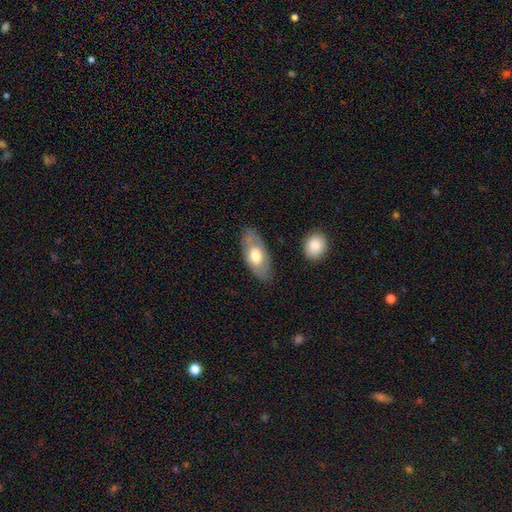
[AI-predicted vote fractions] smooth_or_featured: smooth (p=0.56) [alt: featured or disk p=0.39]
how_rounded: in between (p=0.90) [alt: cigar-shaped p=0.07]
merging: none (p=0.78) [alt: minor disturbance p=0.16]